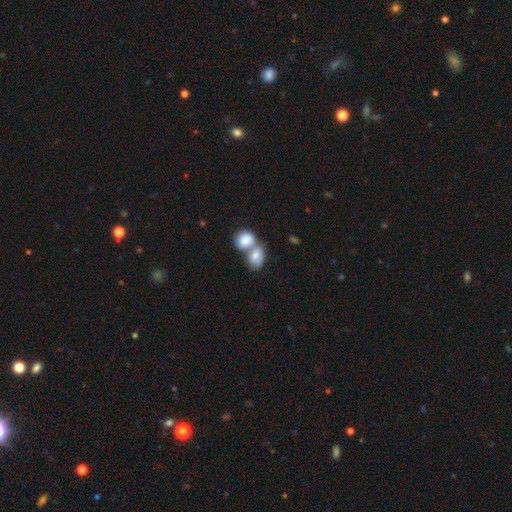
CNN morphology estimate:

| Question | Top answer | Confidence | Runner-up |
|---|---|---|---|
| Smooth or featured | smooth | 80% | featured or disk (14%) |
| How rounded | in between | 70% | round (28%) |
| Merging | merger | 73% | none (18%) |